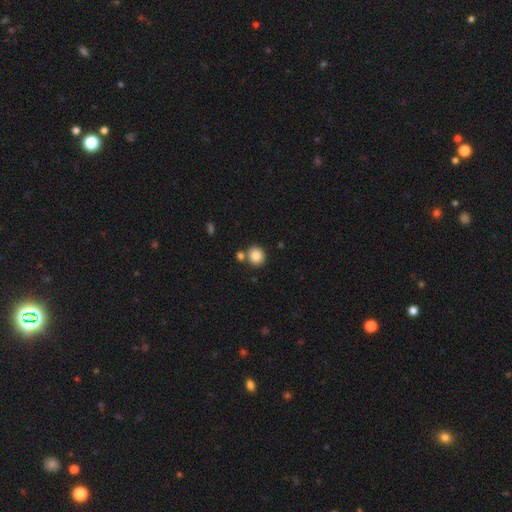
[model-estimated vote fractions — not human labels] This appears to be a smooth galaxy with no disk features (84%) that is round (87%). Merging: none (74%).